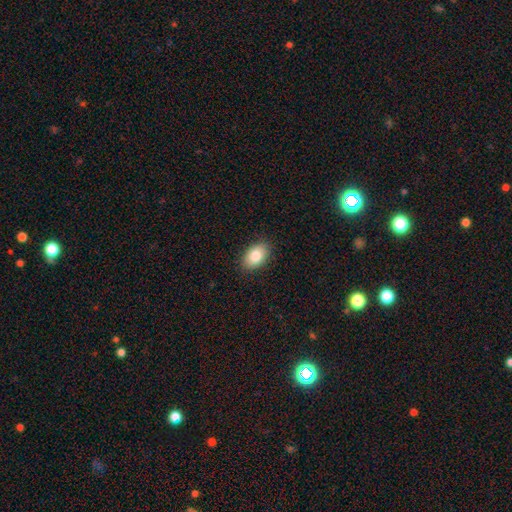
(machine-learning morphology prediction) Smooth or featured: smooth — 84% (featured or disk — 9%)
How rounded: in between — 90% (round — 9%)
Merging: none — 88% (minor disturbance — 9%)